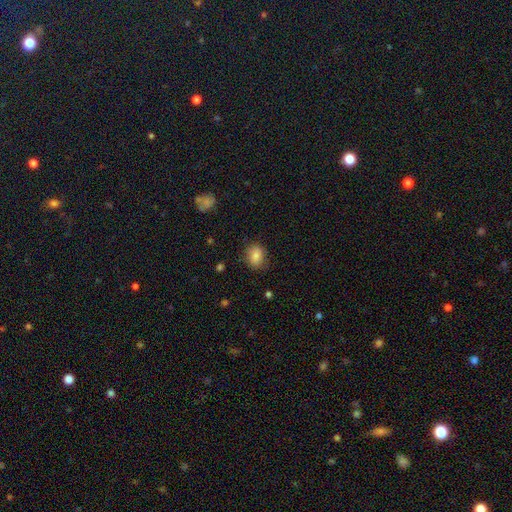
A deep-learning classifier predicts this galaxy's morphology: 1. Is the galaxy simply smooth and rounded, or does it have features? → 83% smooth, 9% star or artifact, 8% featured or disk.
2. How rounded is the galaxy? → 50% in between, 49% round, 1% cigar-shaped.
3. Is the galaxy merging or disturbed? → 79% none, 16% minor disturbance, 4% major disturbance, 1% merger.